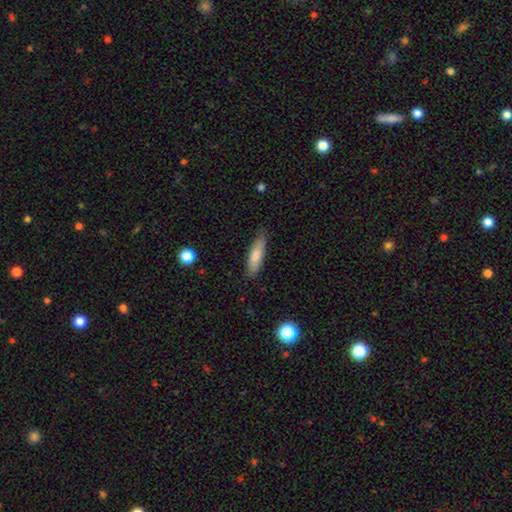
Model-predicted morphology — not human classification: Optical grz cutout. It shows a smooth galaxy with no disk features (81%) that is cigar-shaped (67%). Merging: none (82%).